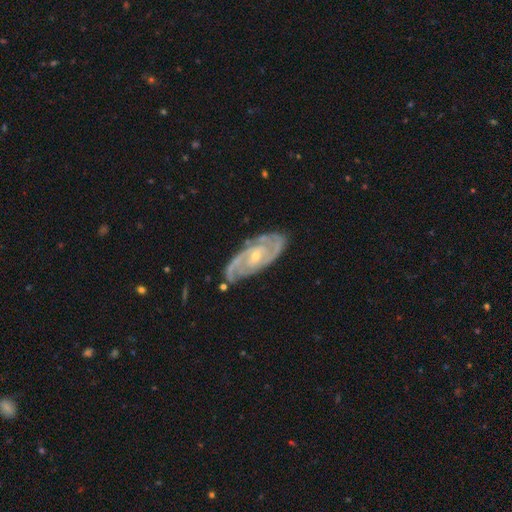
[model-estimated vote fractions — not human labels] This is clearly a featured or disk galaxy (90%). It is clearly not viewed edge-on (94%). Bar: possibly no (50%). Spiral arm pattern: clearly yes (98%). Spiral arm count: likely 2 (64%). Spiral winding: possibly tight (60%). Central bulge: likely small (67%). Merging: likely none (79%).